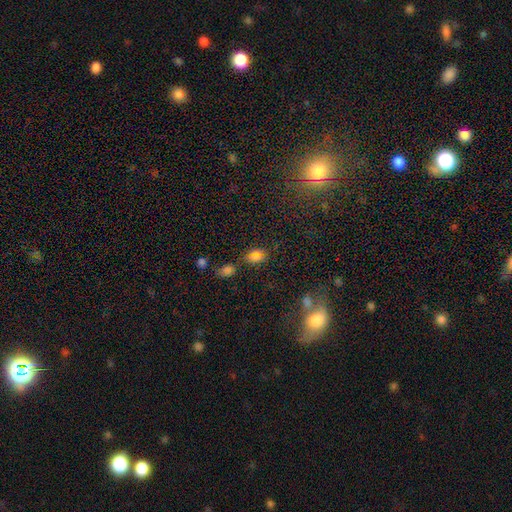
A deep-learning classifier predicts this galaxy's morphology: Smooth or featured: smooth — 54% (star or artifact — 37%)
How rounded: in between — 79% (round — 16%)
Merging: none — 68% (minor disturbance — 16%)